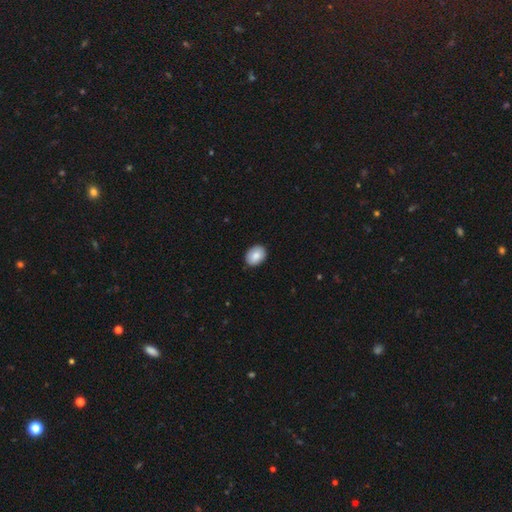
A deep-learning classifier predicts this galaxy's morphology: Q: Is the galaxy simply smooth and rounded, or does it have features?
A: smooth — 88%.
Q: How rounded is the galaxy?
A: in between — 69%.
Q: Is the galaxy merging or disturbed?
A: none — 89%.